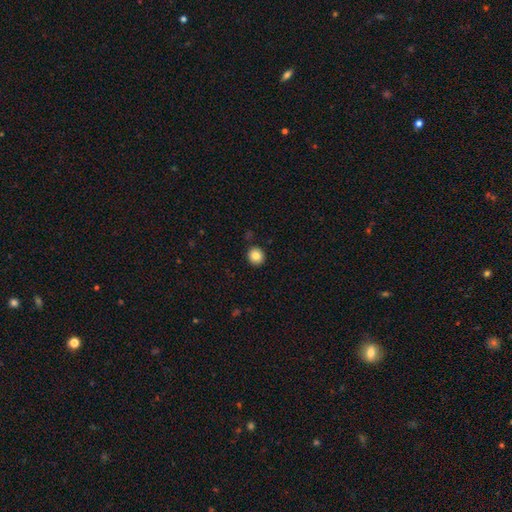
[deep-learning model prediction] Smooth or featured: smooth — 84% (star or artifact — 9%)
How rounded: round — 86% (in between — 13%)
Merging: none — 90% (minor disturbance — 7%)